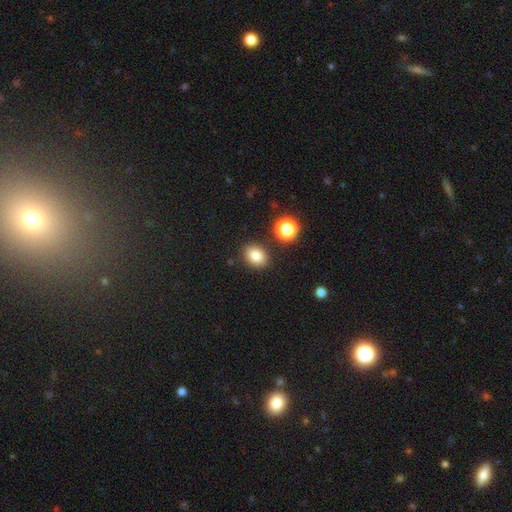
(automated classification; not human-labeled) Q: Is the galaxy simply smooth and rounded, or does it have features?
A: smooth — 83%.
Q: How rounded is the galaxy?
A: in between — 67%.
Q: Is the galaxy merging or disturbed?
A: none — 84%.